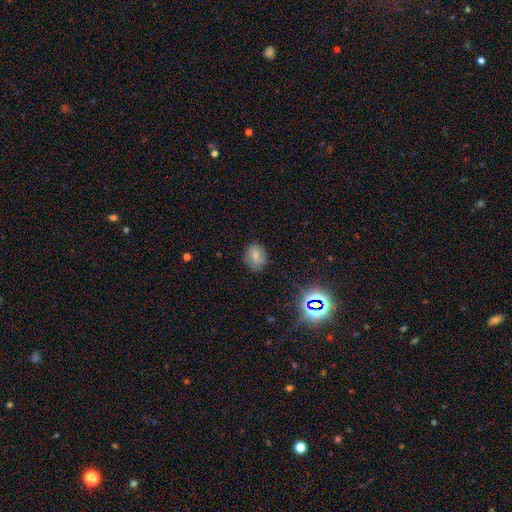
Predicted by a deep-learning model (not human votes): Q: Smooth or featured?
A: smooth (71%); runner-up: star or artifact (15%)
Q: How rounded?
A: in between (54%); runner-up: round (45%)
Q: Merging?
A: none (76%); runner-up: minor disturbance (18%)